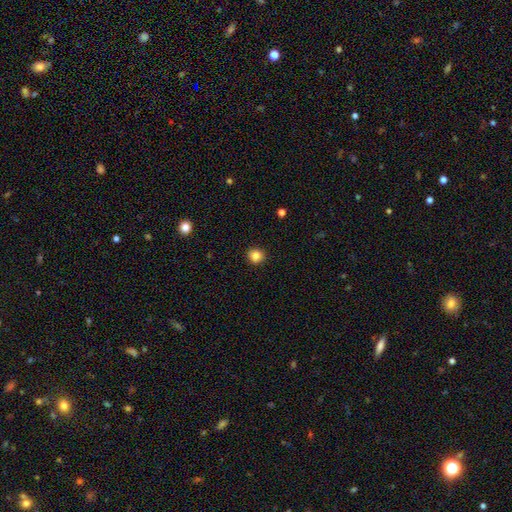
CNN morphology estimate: smooth_or_featured: smooth (p=0.84) [alt: star or artifact p=0.11]
how_rounded: round (p=0.89) [alt: in between p=0.10]
merging: none (p=0.92) [alt: minor disturbance p=0.06]